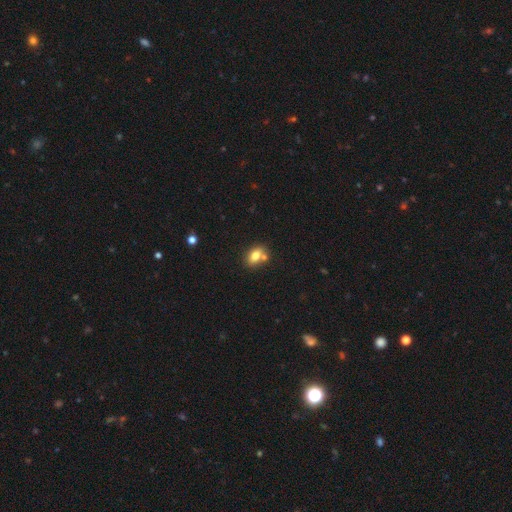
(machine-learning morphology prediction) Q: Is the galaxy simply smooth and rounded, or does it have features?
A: smooth — 78%.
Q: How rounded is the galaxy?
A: in between — 79%.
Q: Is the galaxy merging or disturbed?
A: none — 59%.